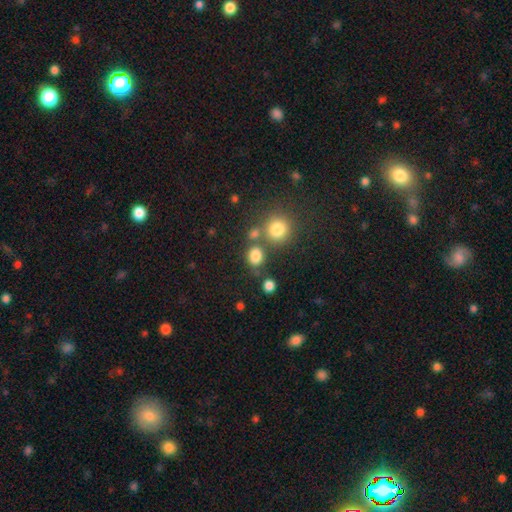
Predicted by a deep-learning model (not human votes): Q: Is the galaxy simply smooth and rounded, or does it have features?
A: smooth — 80%.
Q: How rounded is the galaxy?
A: round — 57%.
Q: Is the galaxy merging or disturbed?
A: none — 66%.